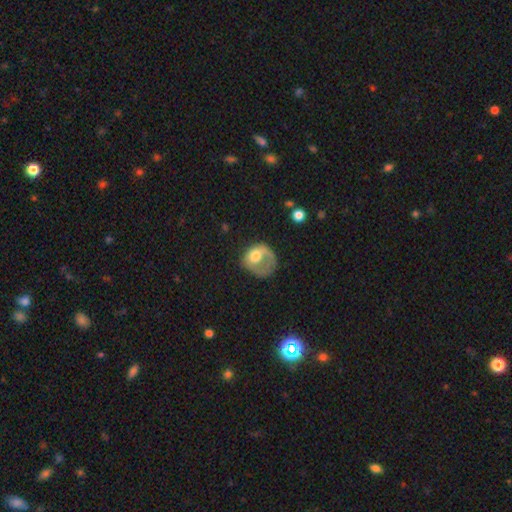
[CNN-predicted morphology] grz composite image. It shows a smooth galaxy with no disk features (58%) that is round (62%). Merging: major disturbance (47%).